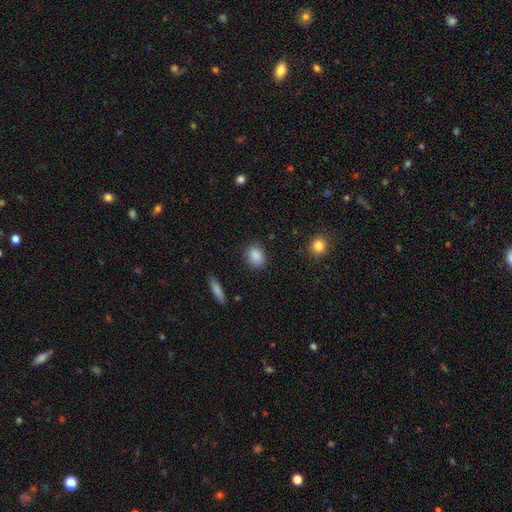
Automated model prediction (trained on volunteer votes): This appears to be a smooth galaxy with no disk features (88%) that is in between round and cigar-shaped (58%). Merging: none (86%).